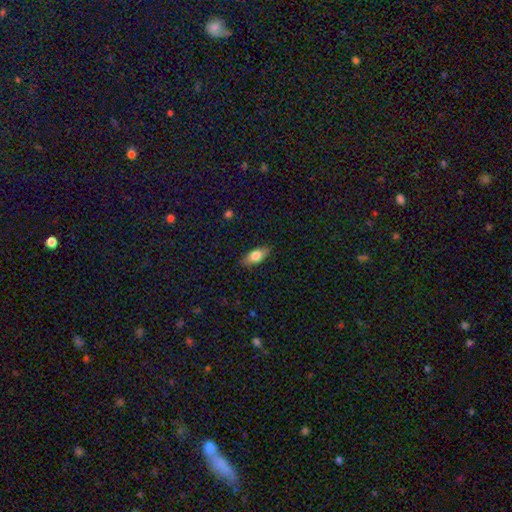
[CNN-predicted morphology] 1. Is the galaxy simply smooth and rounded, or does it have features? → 76% smooth, 17% featured or disk, 7% star or artifact.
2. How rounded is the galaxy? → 85% in between, 11% cigar-shaped, 4% round.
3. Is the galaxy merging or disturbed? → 84% none, 13% minor disturbance, 3% major disturbance, 1% merger.